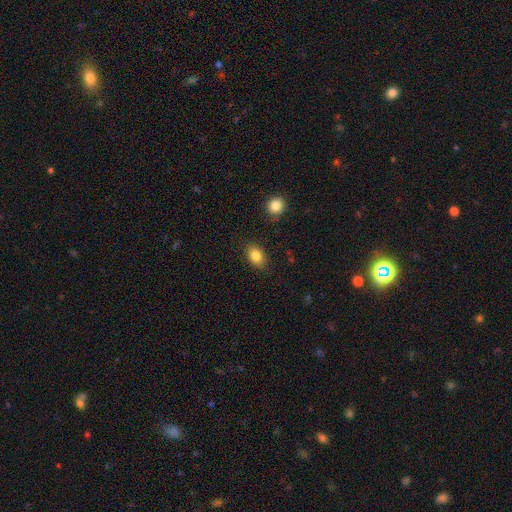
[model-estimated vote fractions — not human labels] Smooth or featured? smooth (85%)
How rounded? in between (81%)
Merging? none (86%)